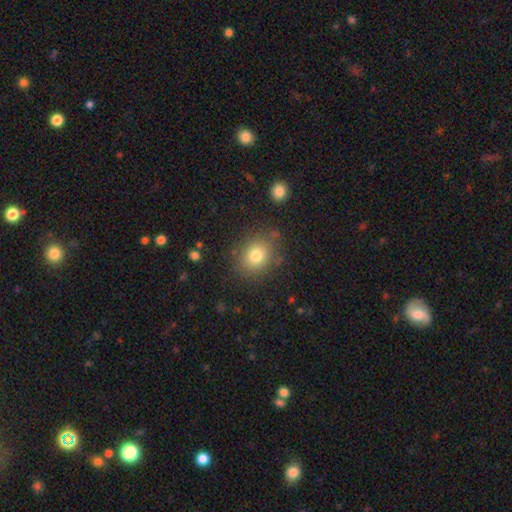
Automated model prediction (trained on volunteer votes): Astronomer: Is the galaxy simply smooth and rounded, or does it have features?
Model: smooth — 78%.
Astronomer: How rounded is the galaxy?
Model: round — 68%.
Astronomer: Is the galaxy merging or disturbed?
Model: none — 81%.